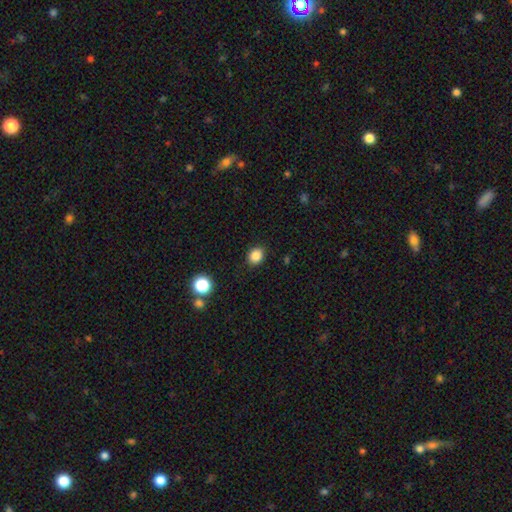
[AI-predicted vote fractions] This appears to be a smooth galaxy with no disk features (85%) that is round (60%). Merging: none (89%).